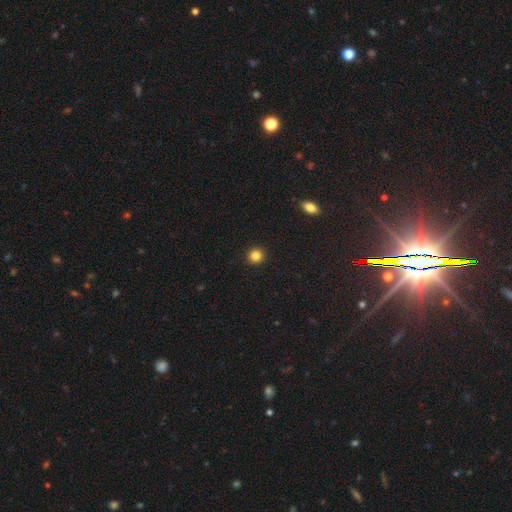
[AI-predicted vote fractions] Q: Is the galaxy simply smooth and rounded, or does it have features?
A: smooth — 84%.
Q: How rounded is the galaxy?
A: round — 94%.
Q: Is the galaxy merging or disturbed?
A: none — 93%.